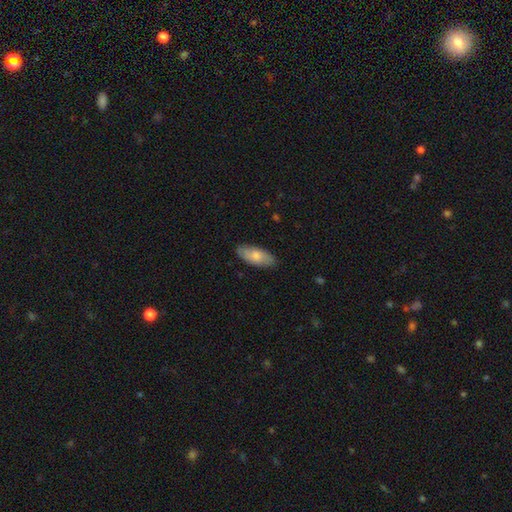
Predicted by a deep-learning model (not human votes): This appears to be a smooth galaxy with no disk features (75%) that is in between round and cigar-shaped (85%). Merging: none (84%).